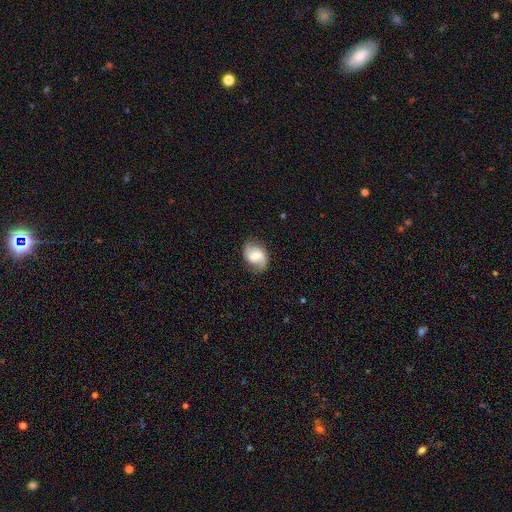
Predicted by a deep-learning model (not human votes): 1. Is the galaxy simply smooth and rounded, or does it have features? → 62% featured or disk, 31% smooth, 8% star or artifact.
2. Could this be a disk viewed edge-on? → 97% no, 3% yes.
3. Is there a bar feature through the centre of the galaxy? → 46% no, 42% weak, 12% strong.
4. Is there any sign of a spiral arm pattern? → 92% yes, 8% no.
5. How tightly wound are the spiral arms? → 44% loose, 39% medium, 17% tight.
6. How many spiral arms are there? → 82% 2, 9% 1, 6% can't tell, 1% 3, 1% 4, 1% more than 4.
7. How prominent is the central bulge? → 48% moderate, 35% small, 9% large, 5% none, 2% dominant.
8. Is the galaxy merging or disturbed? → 72% none, 20% minor disturbance, 7% major disturbance, 1% merger.